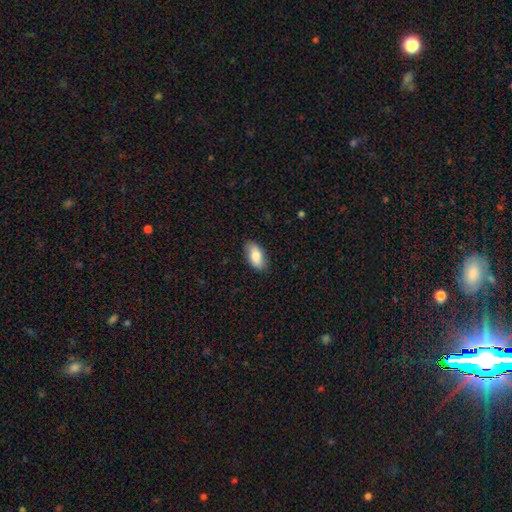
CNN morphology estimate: This appears to be a smooth galaxy with no disk features (79%) that is in between round and cigar-shaped (93%). Merging: none (84%).